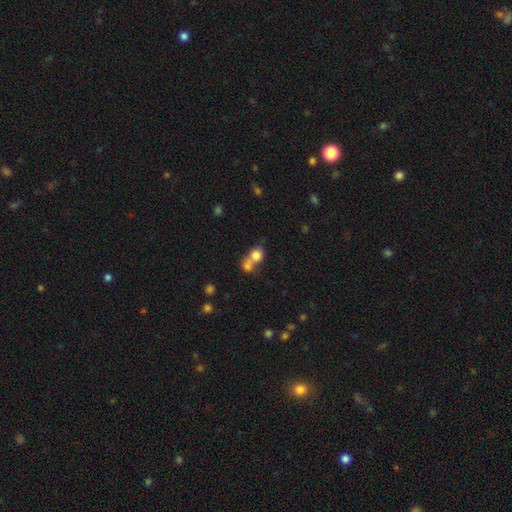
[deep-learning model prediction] Q: Smooth or featured?
A: smooth (76%); runner-up: featured or disk (13%)
Q: How rounded?
A: round (68%); runner-up: in between (30%)
Q: Merging?
A: merger (64%); runner-up: none (24%)